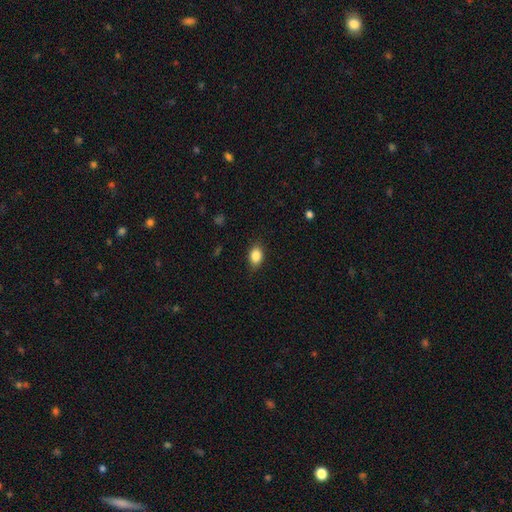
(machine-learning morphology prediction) A smooth galaxy with no disk features (86%) that is in between round and cigar-shaped (78%).

Vote fractions:
- Smooth or featured? smooth: 86% / star or artifact: 8% / featured or disk: 6%
- How rounded? in between: 78% / round: 20% / cigar-shaped: 2%
- Merging? none: 80% / minor disturbance: 16% / major disturbance: 3% / merger: 1%